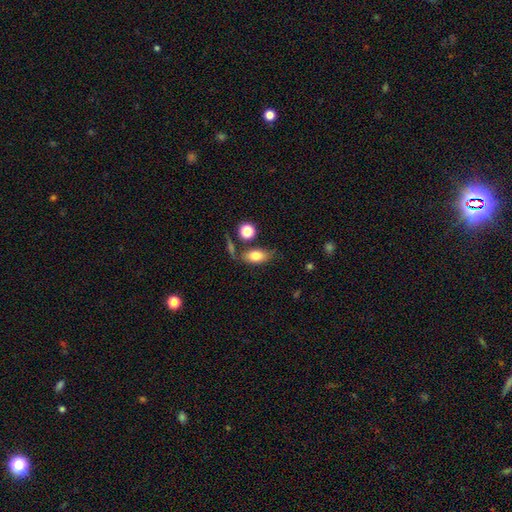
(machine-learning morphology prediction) The model was most divided on "merging": none: 64%, minor disturbance: 17%, merger: 12%, major disturbance: 6%. More confident: how rounded — in between (84%); smooth or featured — smooth (76%).